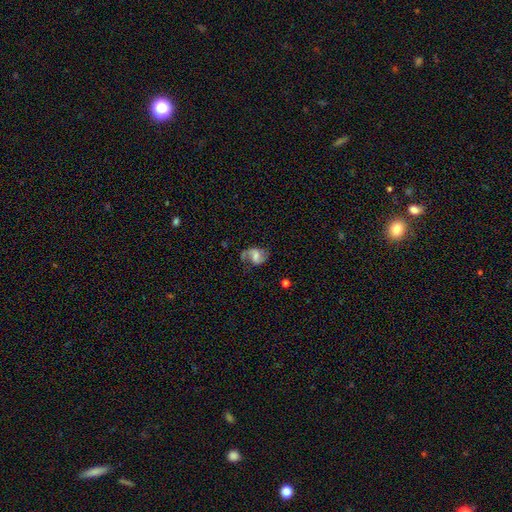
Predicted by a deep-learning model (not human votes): smooth-or-featured: featured or disk: 75% | smooth: 17% | star or artifact: 8%
  disk-edge-on: no: 98% | yes: 2%
    bar: weak: 51% | no: 27% | strong: 22%
    has-spiral-arms: yes: 93% | no: 7%
      spiral-winding: loose: 49% | medium: 41% | tight: 10%
      spiral-arm-count: 2: 81% | 1: 13% | can't tell: 4% | 3: 1% | 4: 1% | more than 4: 1%
    bulge-size: moderate: 35% | small: 28% | none: 22% | large: 13% | dominant: 2%
  merging: none: 61% | minor disturbance: 20% | major disturbance: 16% | merger: 3%